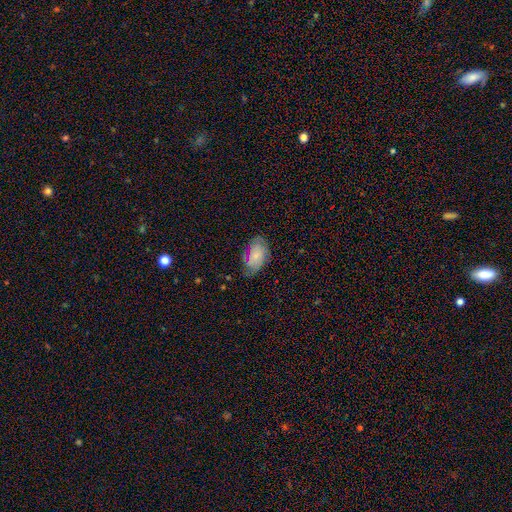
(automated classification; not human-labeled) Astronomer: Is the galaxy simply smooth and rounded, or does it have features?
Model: smooth — 50% (runner-up: featured or disk, 41%).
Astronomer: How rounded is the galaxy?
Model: in between — 92%.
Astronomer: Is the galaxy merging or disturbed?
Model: none — 65%.